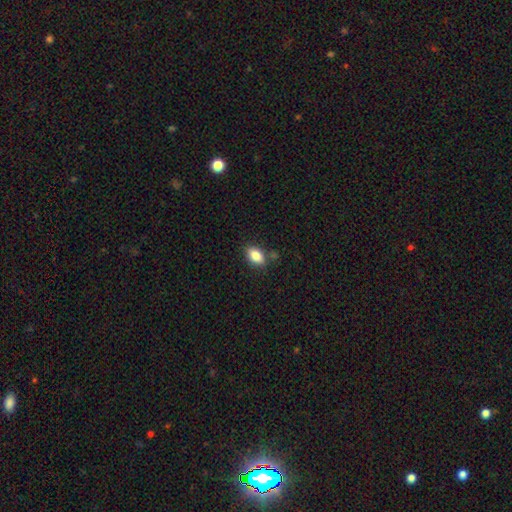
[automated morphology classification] Smooth or featured? Predicted: smooth (p=0.86). How rounded? Predicted: in between (p=0.88). Merging? Predicted: none (p=0.78).